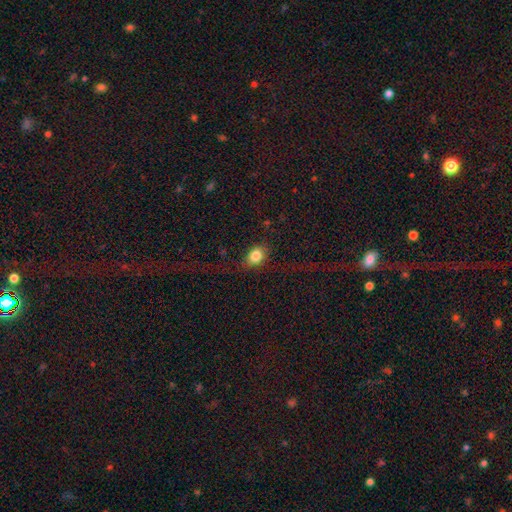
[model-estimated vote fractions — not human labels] Smooth or featured?
  - smooth: 81% *
  - star or artifact: 10%
  - featured or disk: 9%
How rounded?
  - in between: 67% *
  - round: 31%
  - cigar-shaped: 2%
Merging?
  - none: 76% *
  - minor disturbance: 13%
  - major disturbance: 10%
  - merger: 2%